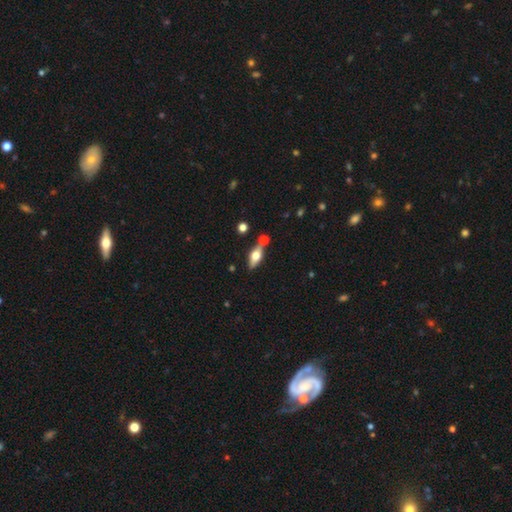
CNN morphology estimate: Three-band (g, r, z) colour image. It shows a smooth galaxy with no disk features (49%). Merging: none (72%).